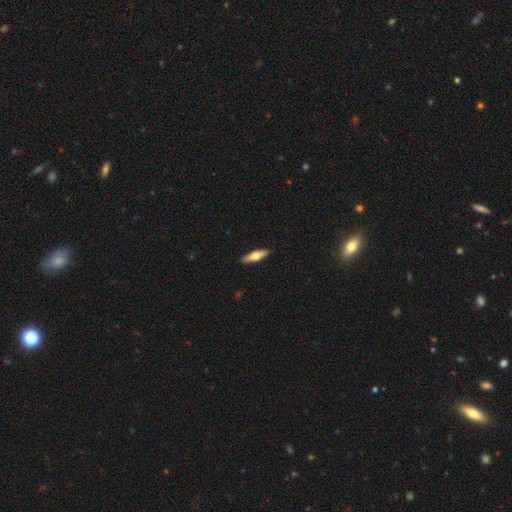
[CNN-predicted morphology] Smooth or featured?
  - smooth: 52% *
  - featured or disk: 43%
  - star or artifact: 5%
How rounded?
  - cigar-shaped: 68% *
  - in between: 29%
  - round: 2%
Merging?
  - none: 91% *
  - minor disturbance: 6%
  - major disturbance: 1%
  - merger: 1%